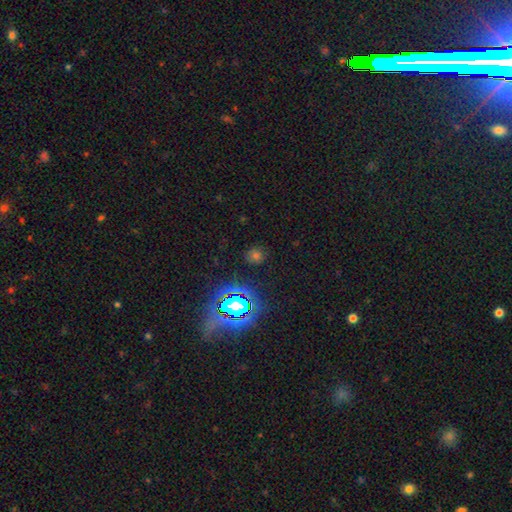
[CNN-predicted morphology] Q: Smooth or featured?
A: smooth (52%); runner-up: star or artifact (40%)
Q: How rounded?
A: round (82%); runner-up: in between (17%)
Q: Merging?
A: none (85%); runner-up: minor disturbance (9%)